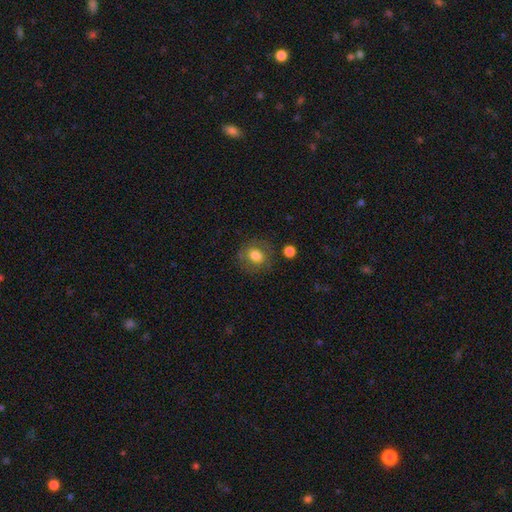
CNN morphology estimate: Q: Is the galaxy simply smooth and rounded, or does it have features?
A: smooth — 75%.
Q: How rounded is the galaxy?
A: round — 76%.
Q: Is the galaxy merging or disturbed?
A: none — 79%.